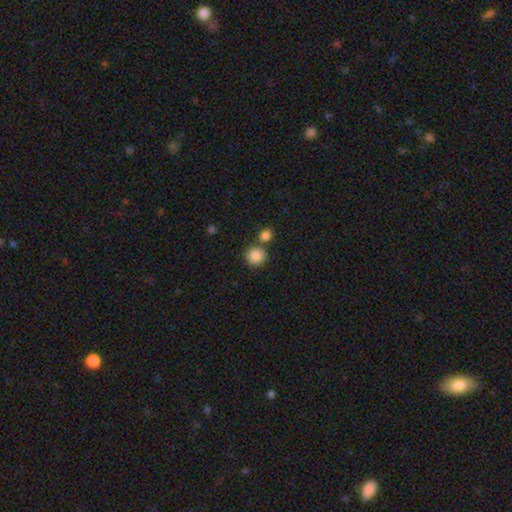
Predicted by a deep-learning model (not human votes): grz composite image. It shows a smooth galaxy with no disk features (87%) that is round (91%). Merging: none (70%).